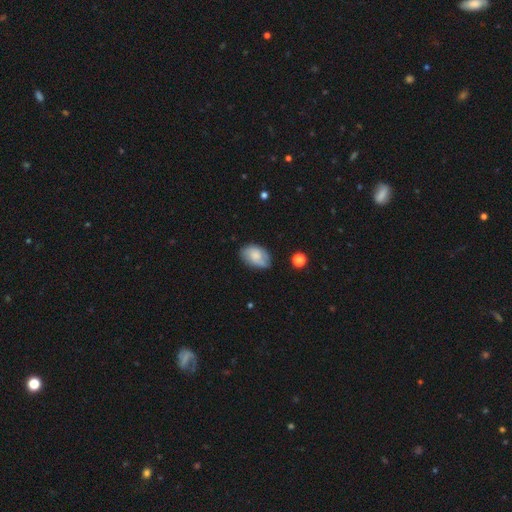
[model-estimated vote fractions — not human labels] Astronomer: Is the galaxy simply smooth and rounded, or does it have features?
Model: smooth — 59%.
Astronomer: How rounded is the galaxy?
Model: in between — 85%.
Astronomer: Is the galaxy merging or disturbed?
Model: none — 65%.